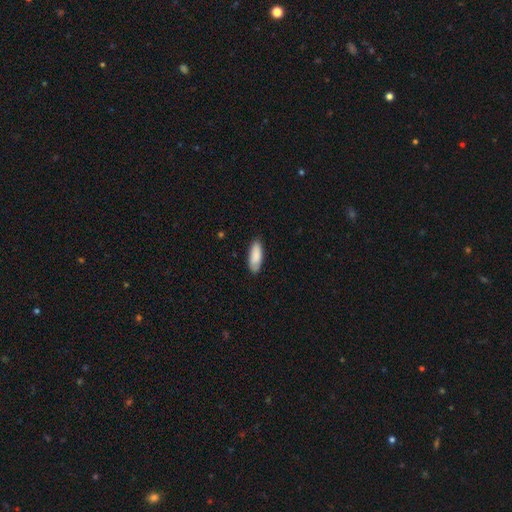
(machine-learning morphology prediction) Smooth or featured? Predicted: smooth (p=0.88). How rounded? Predicted: in between (p=0.75). Merging? Predicted: none (p=0.84).